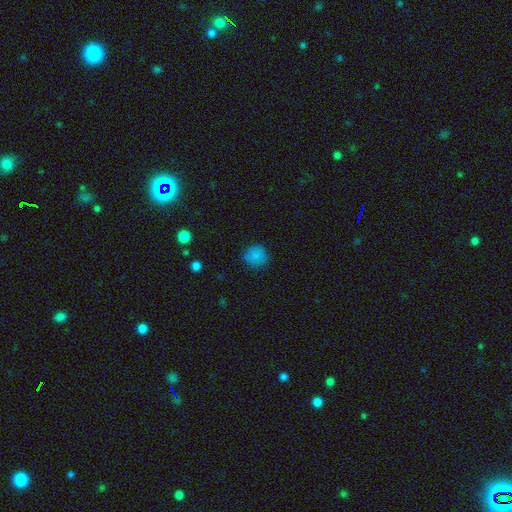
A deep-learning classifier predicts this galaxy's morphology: Smooth or featured? smooth (83%)
How rounded? round (88%)
Merging? none (82%)